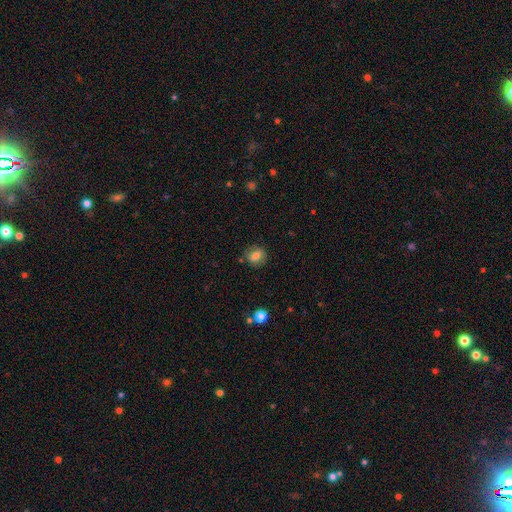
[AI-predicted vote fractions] smooth_or_featured: smooth (p=0.75) [alt: featured or disk p=0.15]
how_rounded: round (p=0.67) [alt: in between p=0.32]
merging: none (p=0.81) [alt: minor disturbance p=0.13]